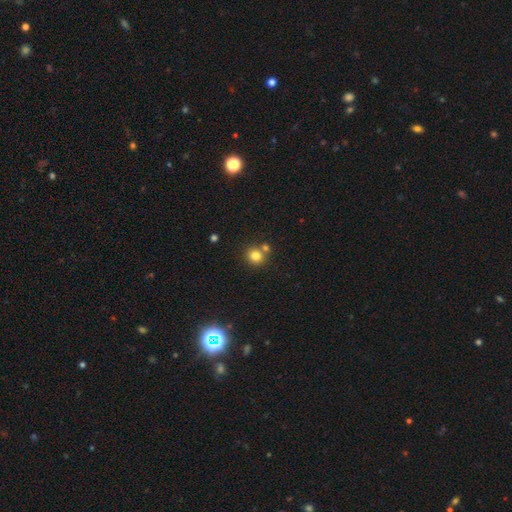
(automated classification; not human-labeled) The model was most divided on "merging": none: 66%, merger: 24%, minor disturbance: 8%, major disturbance: 2%. More confident: how rounded — round (89%); smooth or featured — smooth (80%).